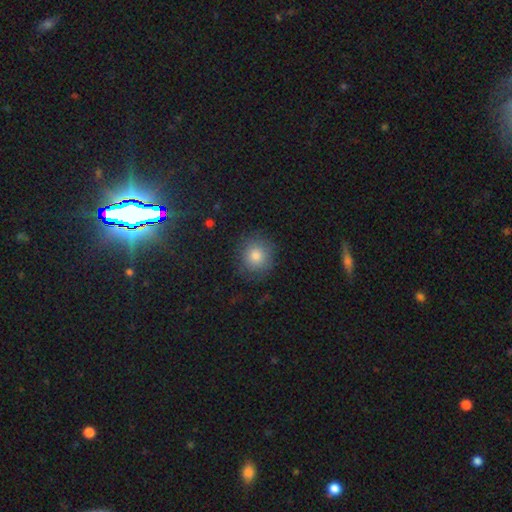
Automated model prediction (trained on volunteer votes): Overall: smooth (79%). How rounded: round (90%). Merging: none (84%).